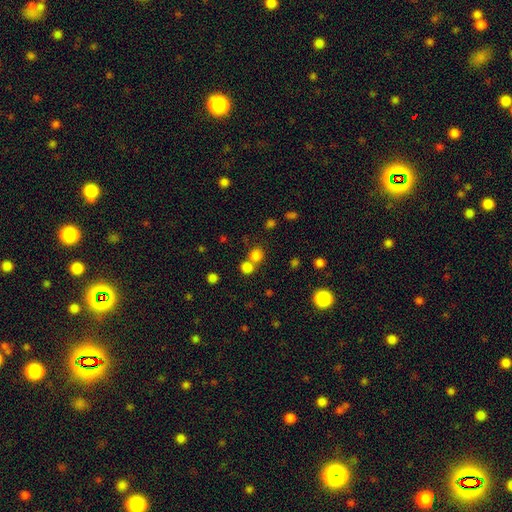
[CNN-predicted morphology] type=smooth (78%); roundness=round (84%); merging=none (56%).